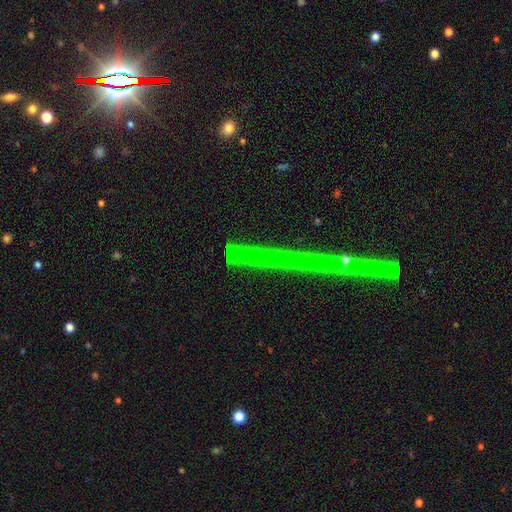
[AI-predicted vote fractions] This appears to be a star or artifact, not a galaxy (65%).